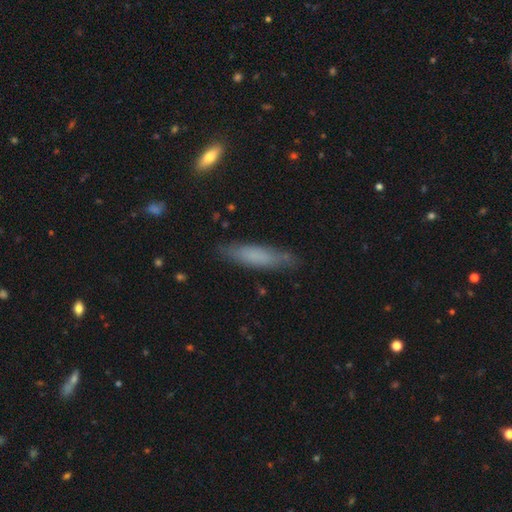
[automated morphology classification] Smooth or featured? smooth (71%)
How rounded? cigar-shaped (74%)
Merging? none (77%)